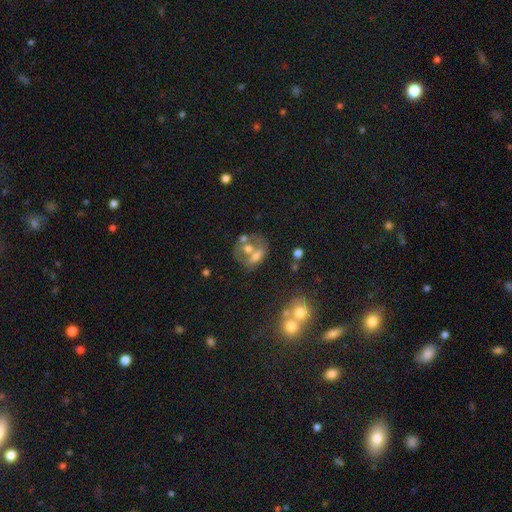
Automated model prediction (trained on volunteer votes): A featured or disk galaxy (44%).

Vote fractions:
- Smooth or featured? featured or disk: 44% / smooth: 43% / star or artifact: 13%
- Merging? merger: 46% / none: 29% / minor disturbance: 13% / major disturbance: 12%